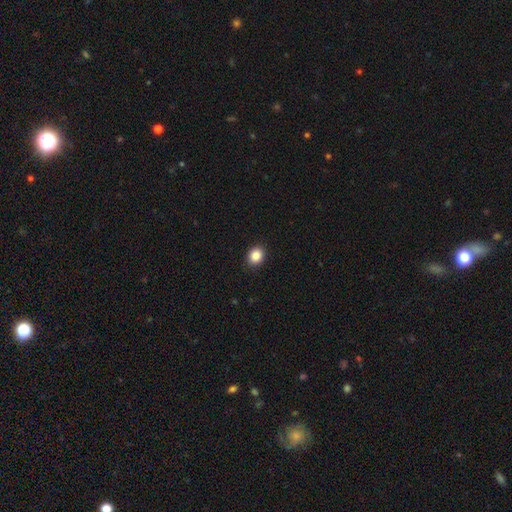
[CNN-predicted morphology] This is clearly a smooth galaxy (87%). How rounded: likely round (61%). Merging: clearly none (91%).